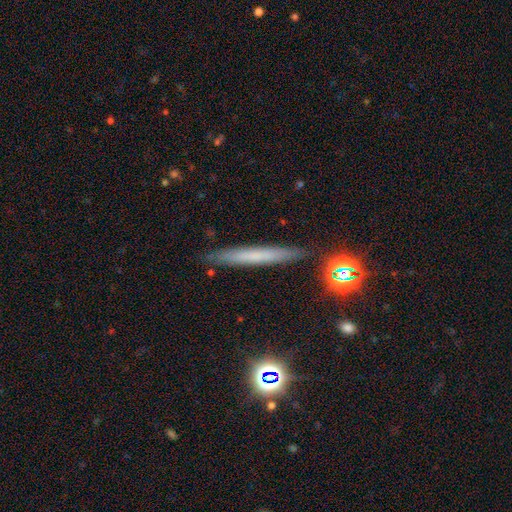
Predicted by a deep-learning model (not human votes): Smooth or featured? Predicted: smooth (p=0.57). How rounded? Predicted: cigar-shaped (p=0.95). Merging? Predicted: none (p=0.89).